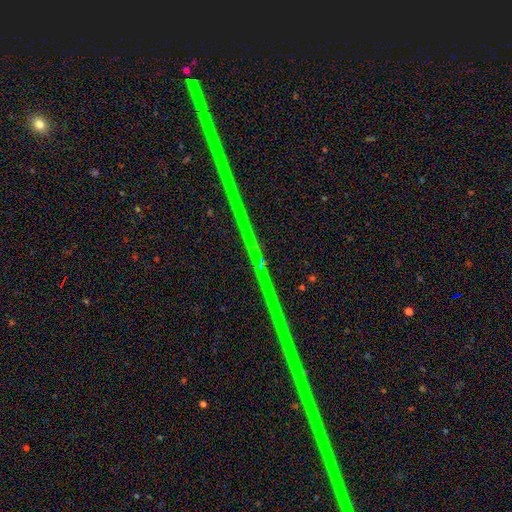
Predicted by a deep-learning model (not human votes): This appears to be a star or artifact, not a galaxy (68%).